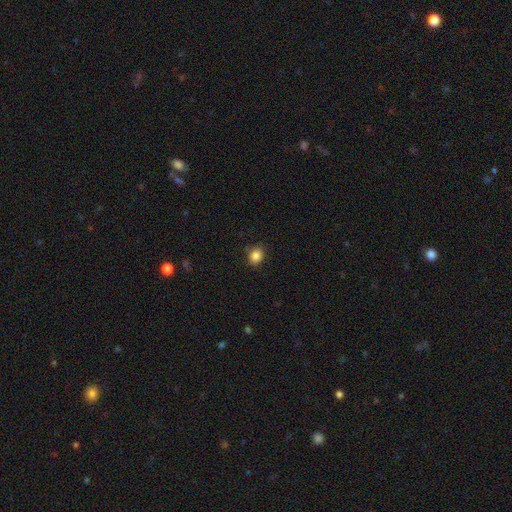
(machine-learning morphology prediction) Smooth or featured? smooth (86%)
How rounded? in between (53%)
Merging? none (85%)